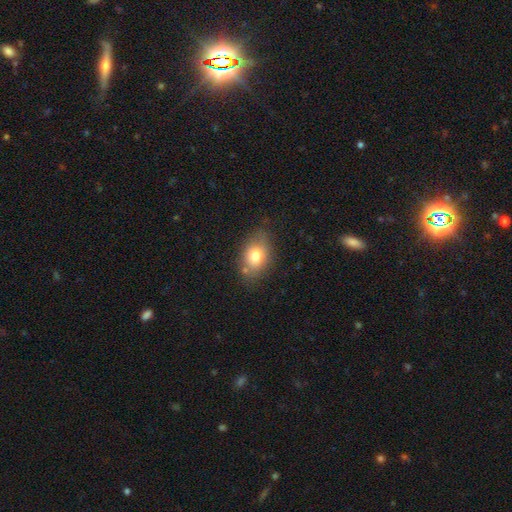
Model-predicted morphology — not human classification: Overall: smooth (76%). How rounded: in between (74%). Merging: none (73%).